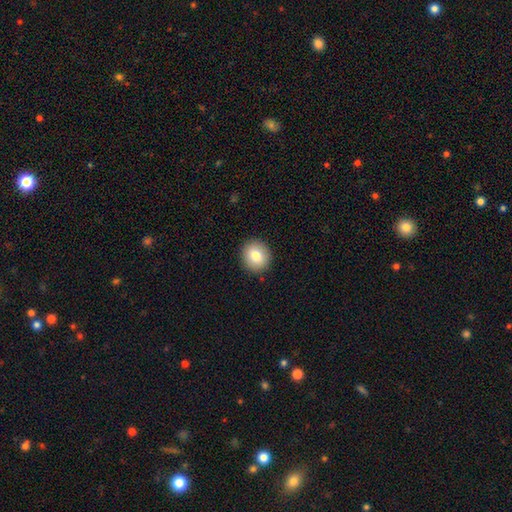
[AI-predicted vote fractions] Morphology: type=smooth (80%); roundness=round (88%); merging=none (91%).